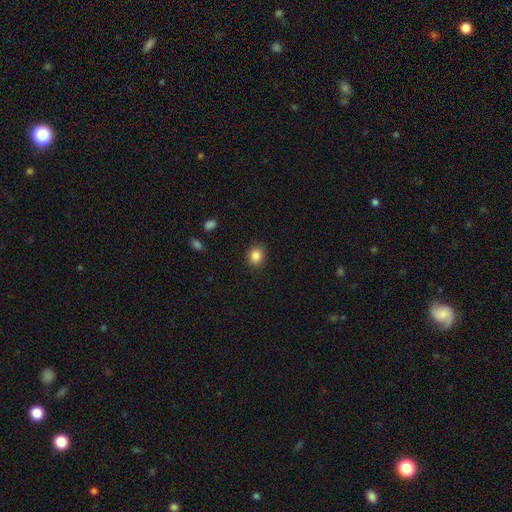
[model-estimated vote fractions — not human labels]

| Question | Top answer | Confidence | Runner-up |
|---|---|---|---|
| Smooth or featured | smooth | 86% | star or artifact (10%) |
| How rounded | round | 69% | in between (30%) |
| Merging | none | 86% | minor disturbance (10%) |